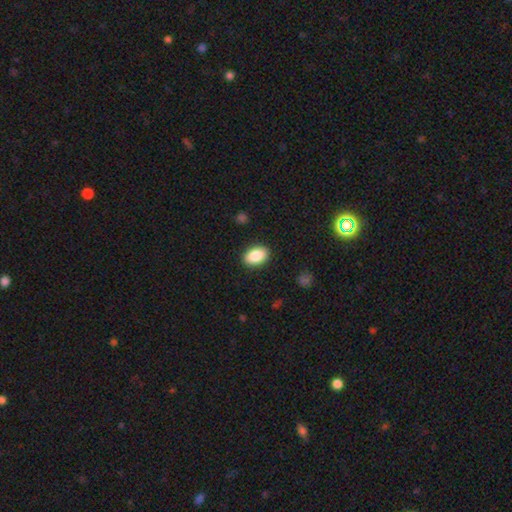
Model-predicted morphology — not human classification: Overall: smooth (86%). How rounded: in between (89%). Merging: none (89%).